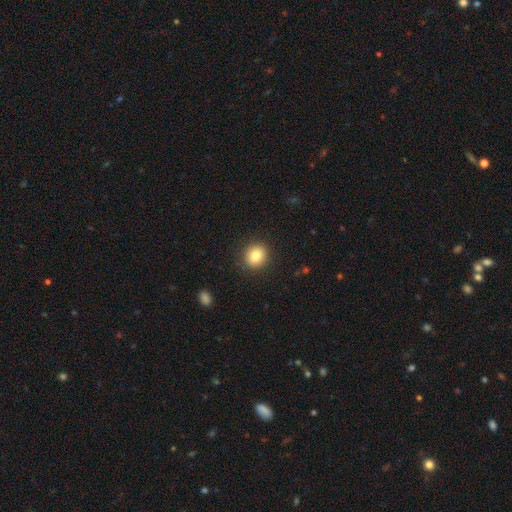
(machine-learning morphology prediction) smooth-or-featured: smooth: 83% | star or artifact: 9% | featured or disk: 7%
  how-rounded: round: 81% | in between: 18% | cigar-shaped: 1%
  merging: none: 90% | minor disturbance: 7% | major disturbance: 2% | merger: 1%